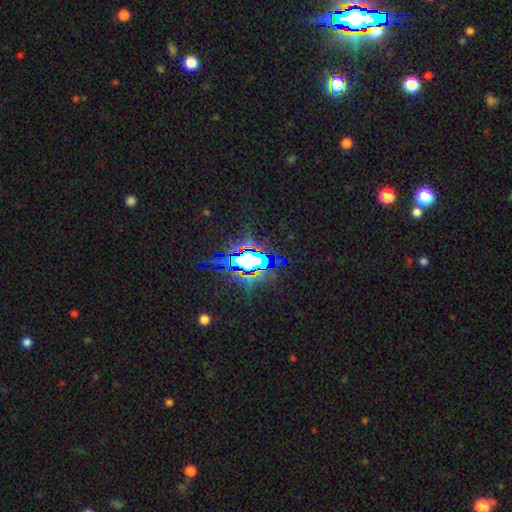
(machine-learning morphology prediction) type=star or artifact (81%).